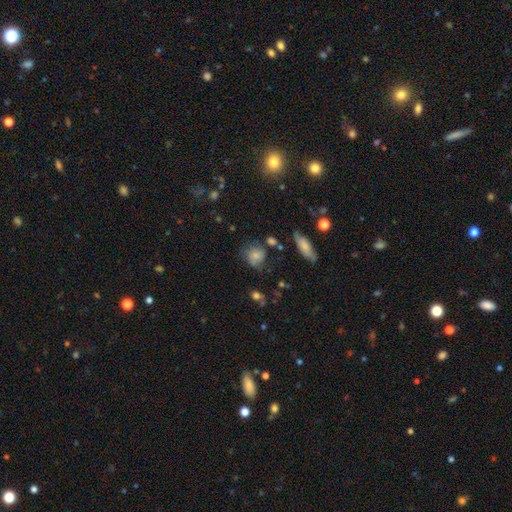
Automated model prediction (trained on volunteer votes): Smooth or featured? smooth (67%)
How rounded? round (73%)
Merging? none (58%)